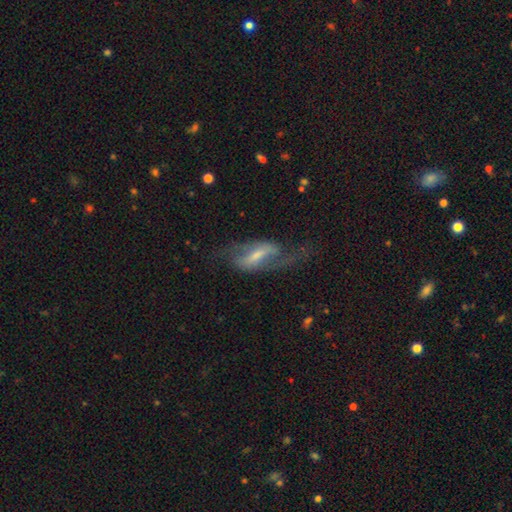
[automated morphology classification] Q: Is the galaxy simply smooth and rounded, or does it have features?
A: featured or disk — 80%.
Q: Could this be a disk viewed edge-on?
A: no — 90%.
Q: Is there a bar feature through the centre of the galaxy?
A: strong — 49%.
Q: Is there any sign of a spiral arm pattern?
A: yes — 89%.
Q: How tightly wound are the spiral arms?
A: loose — 53%.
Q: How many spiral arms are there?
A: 2 — 86%.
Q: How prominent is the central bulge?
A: small — 49%.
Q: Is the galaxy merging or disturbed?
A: none — 62%.